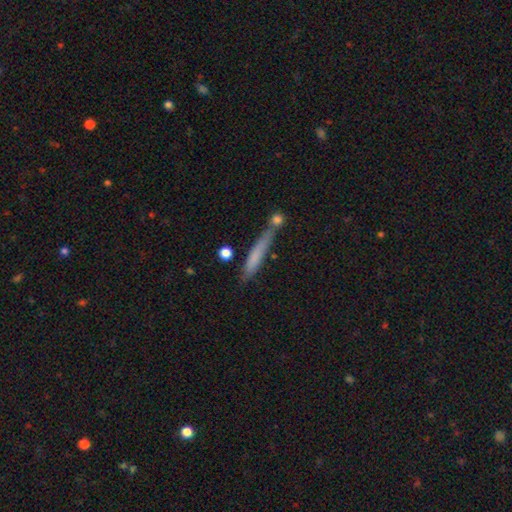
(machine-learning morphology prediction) This appears to be a smooth galaxy with no disk features (64%) that is cigar-shaped (92%). Merging: none (61%).